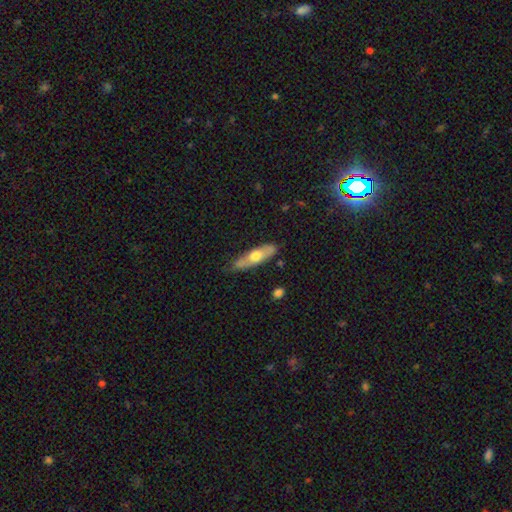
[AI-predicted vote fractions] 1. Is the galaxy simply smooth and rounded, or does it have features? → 53% smooth, 41% featured or disk, 5% star or artifact.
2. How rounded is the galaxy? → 60% cigar-shaped, 38% in between, 2% round.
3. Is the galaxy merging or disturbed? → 75% none, 19% minor disturbance, 4% major disturbance, 2% merger.